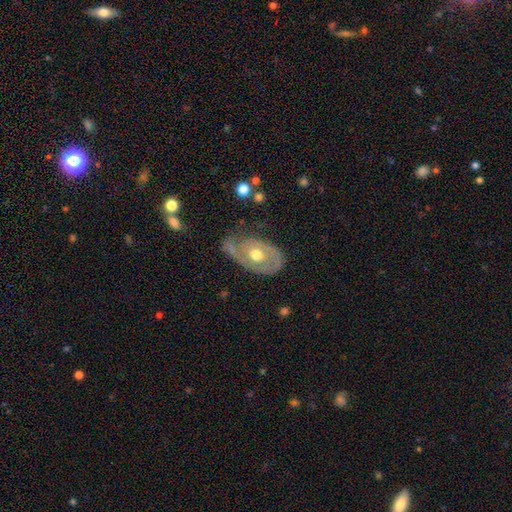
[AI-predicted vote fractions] featured or disk 66%, smooth 29%, star or artifact 6%. Down the decision tree: edge-on disk — no (93%); bar — no (84%); spiral arms — yes (56%); bulge size — moderate (79%); merging — none (49%).